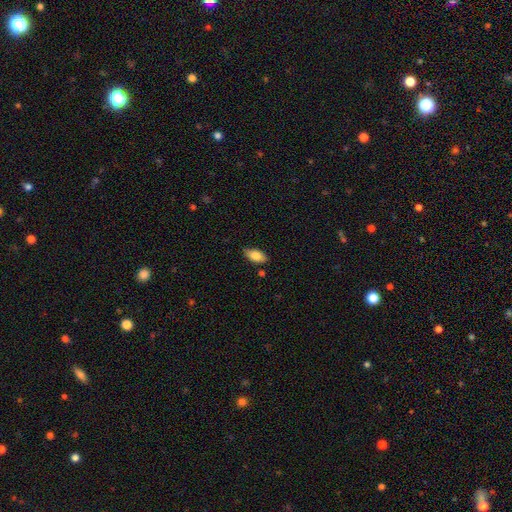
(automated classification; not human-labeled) Smooth or featured? Predicted: smooth (p=0.84). How rounded? Predicted: in between (p=0.90). Merging? Predicted: none (p=0.80).